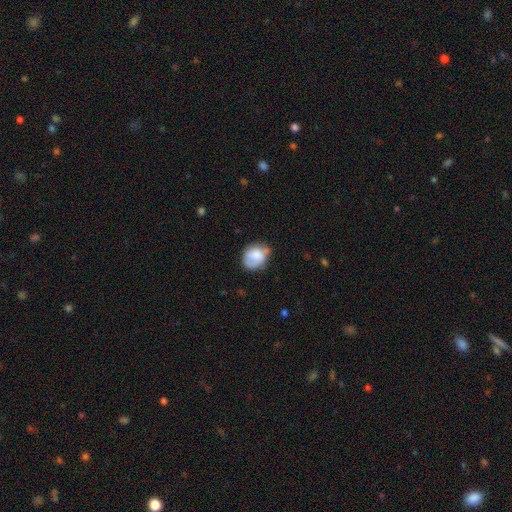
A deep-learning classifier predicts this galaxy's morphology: Smooth or featured?
  - smooth: 75% *
  - featured or disk: 16%
  - star or artifact: 8%
How rounded?
  - round: 52% *
  - in between: 47%
  - cigar-shaped: 1%
Merging?
  - none: 50% *
  - minor disturbance: 34%
  - major disturbance: 11%
  - merger: 5%